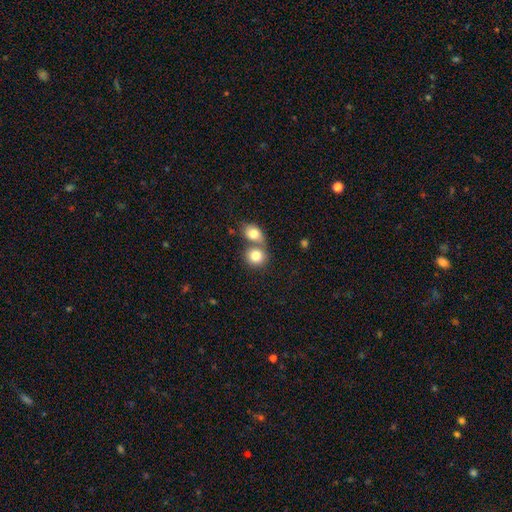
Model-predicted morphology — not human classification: The model was most divided on "merging": merger: 52%, none: 38%, minor disturbance: 7%, major disturbance: 3%. More confident: smooth or featured — smooth (82%); how rounded — round (76%).